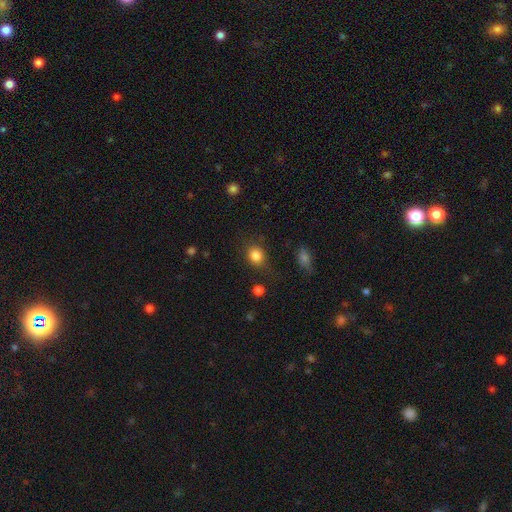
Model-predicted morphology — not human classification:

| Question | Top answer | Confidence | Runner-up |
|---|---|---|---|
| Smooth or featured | smooth | 83% | star or artifact (11%) |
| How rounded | round | 65% | in between (34%) |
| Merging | none | 73% | minor disturbance (17%) |